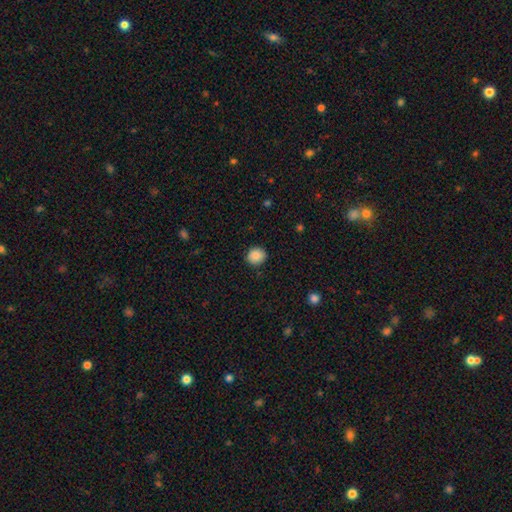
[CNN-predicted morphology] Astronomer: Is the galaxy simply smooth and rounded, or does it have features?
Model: smooth — 87%.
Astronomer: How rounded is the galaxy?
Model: round — 86%.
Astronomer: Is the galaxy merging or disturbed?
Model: none — 89%.